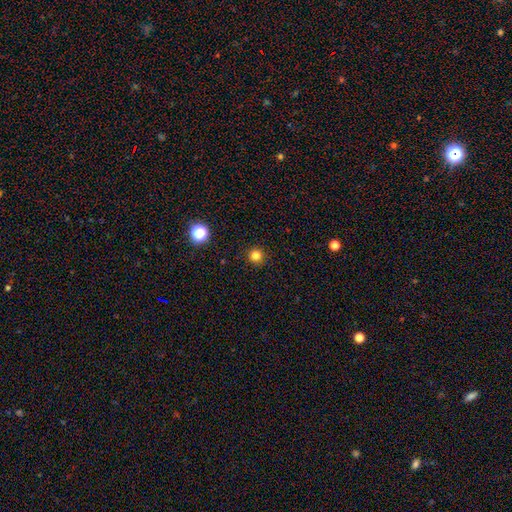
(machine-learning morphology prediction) smooth-or-featured: smooth: 81% | star or artifact: 15% | featured or disk: 5%
  how-rounded: round: 95% | in between: 4% | cigar-shaped: 1%
  merging: none: 92% | minor disturbance: 5% | major disturbance: 2% | merger: 1%